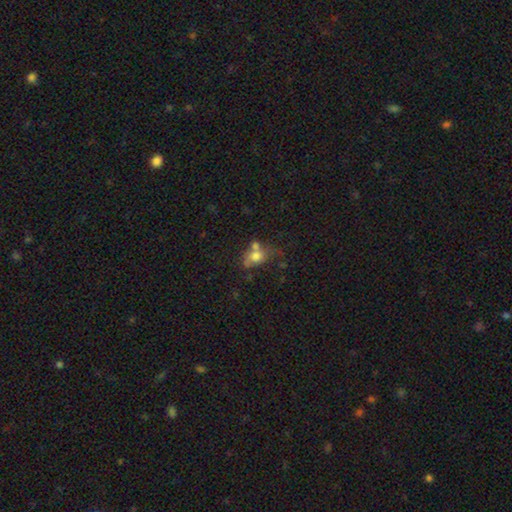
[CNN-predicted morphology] The model was most divided on "merging": merger: 45%, none: 28%, minor disturbance: 16%, major disturbance: 11%. More confident: smooth or featured — smooth (69%); how rounded — in between (59%).